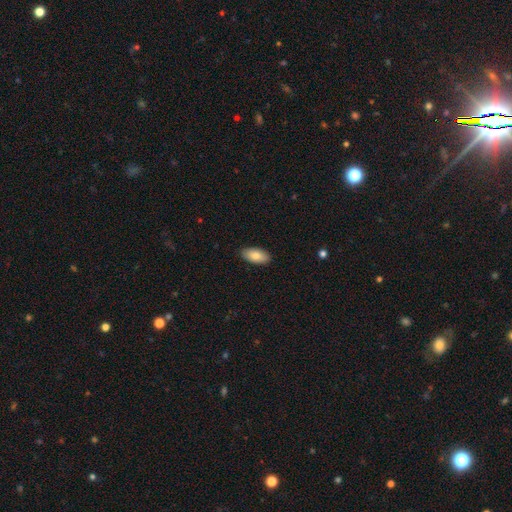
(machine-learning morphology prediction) Smooth or featured?
  - smooth: 83% *
  - featured or disk: 10%
  - star or artifact: 6%
How rounded?
  - in between: 94% *
  - cigar-shaped: 4%
  - round: 2%
Merging?
  - none: 89% *
  - minor disturbance: 8%
  - major disturbance: 2%
  - merger: 1%